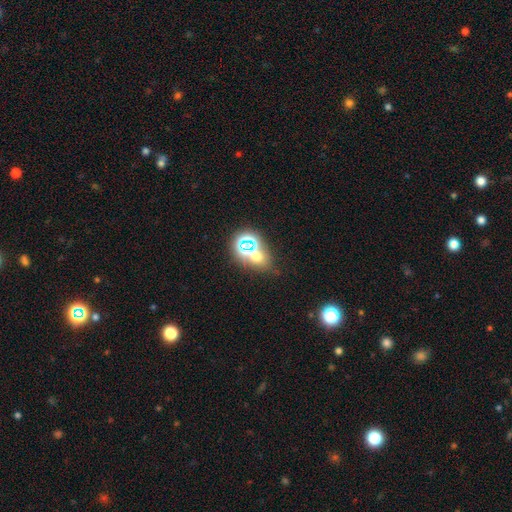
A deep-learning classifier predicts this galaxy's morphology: Smooth or featured? smooth (50%)
Merging? none (54%)